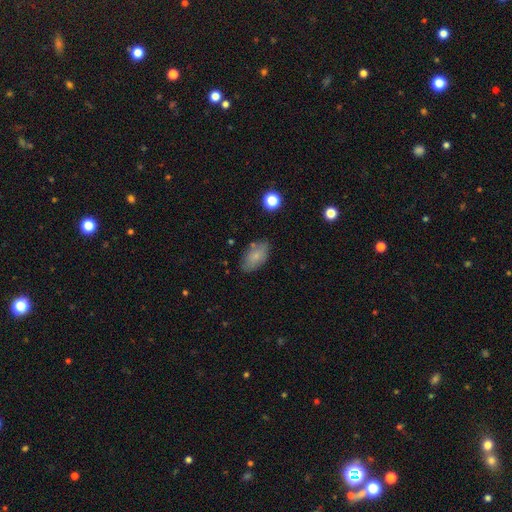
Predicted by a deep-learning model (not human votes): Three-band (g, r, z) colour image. It shows a smooth galaxy with no disk features (78%) that is in between round and cigar-shaped (92%). Merging: none (76%).